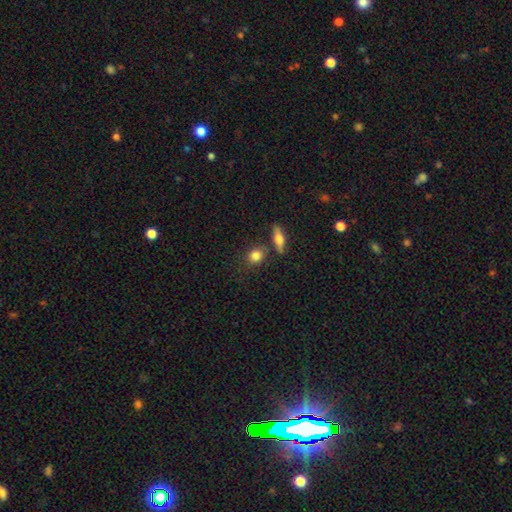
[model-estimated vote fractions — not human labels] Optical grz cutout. It shows a smooth galaxy with no disk features (82%) that is round (64%). Merging: none (72%).